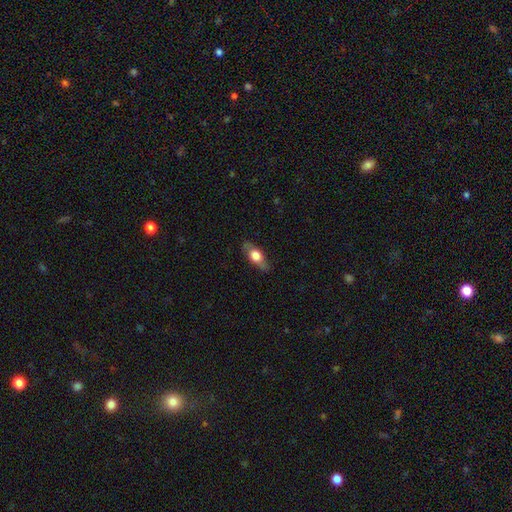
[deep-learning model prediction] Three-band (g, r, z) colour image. It shows a smooth galaxy with no disk features (57%) that is in between round and cigar-shaped (70%). Merging: none (81%).